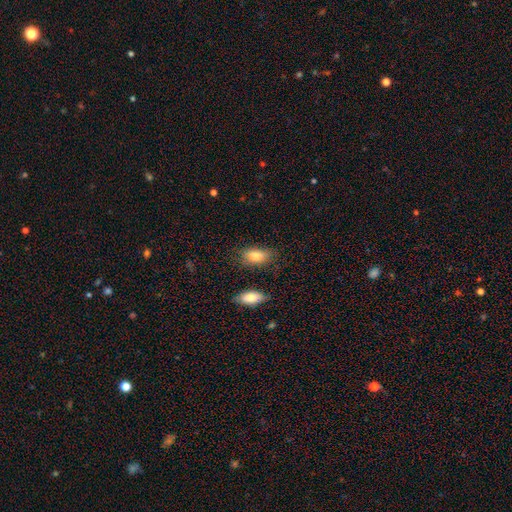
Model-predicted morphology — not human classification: smooth_or_featured: smooth (p=0.81) [alt: featured or disk p=0.11]
how_rounded: in between (p=0.87) [alt: cigar-shaped p=0.08]
merging: none (p=0.74) [alt: minor disturbance p=0.18]